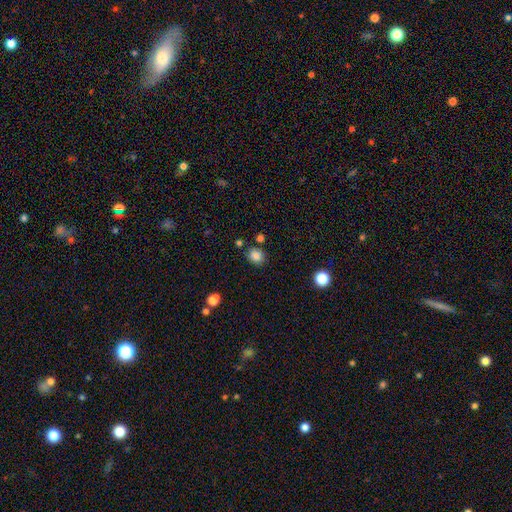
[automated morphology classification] Smooth or featured?
  - smooth: 85% *
  - star or artifact: 11%
  - featured or disk: 4%
How rounded?
  - round: 66% *
  - in between: 33%
  - cigar-shaped: 1%
Merging?
  - none: 79% *
  - minor disturbance: 12%
  - merger: 6%
  - major disturbance: 3%